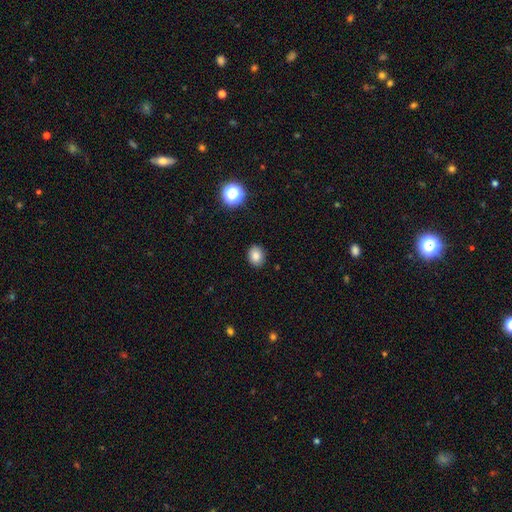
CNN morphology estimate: Smooth or featured: smooth — 83% (star or artifact — 11%)
How rounded: in between — 60% (round — 39%)
Merging: none — 88% (minor disturbance — 9%)